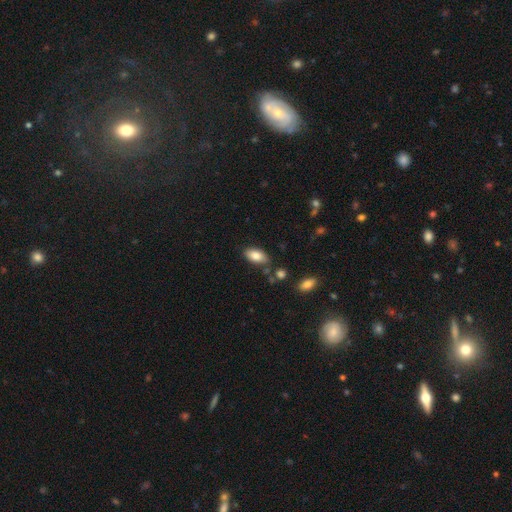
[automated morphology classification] smooth-or-featured: smooth: 83% | featured or disk: 10% | star or artifact: 7%
  how-rounded: in between: 93% | cigar-shaped: 4% | round: 3%
  merging: none: 76% | minor disturbance: 15% | merger: 5% | major disturbance: 3%